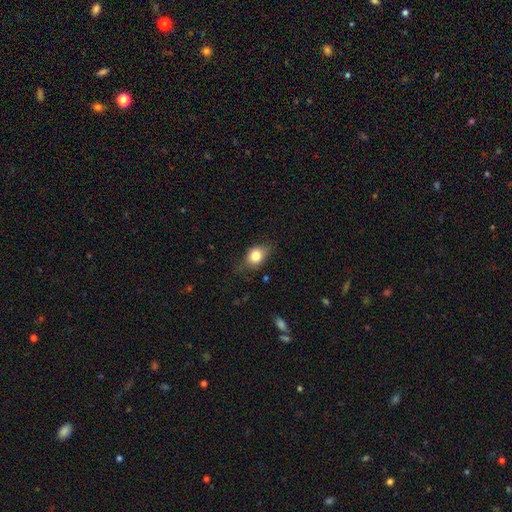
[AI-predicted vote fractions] Morphology: type=smooth (77%); roundness=in between (62%); merging=none (66%).